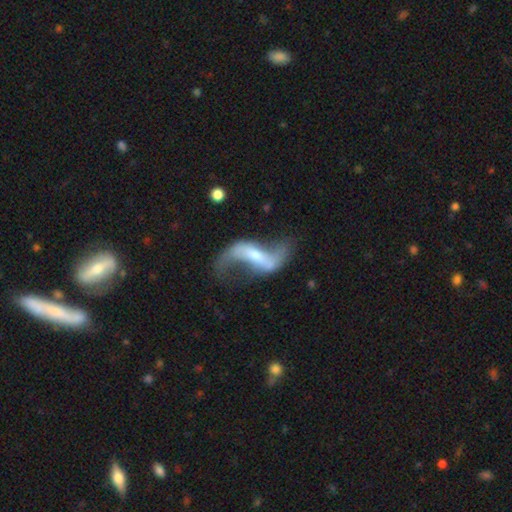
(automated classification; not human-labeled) Q: Smooth or featured?
A: featured or disk (86%); runner-up: smooth (9%)
Q: Edge-on disk?
A: no (93%); runner-up: yes (7%)
Q: Bar?
A: strong (48%); runner-up: weak (35%)
Q: Spiral arms?
A: yes (92%); runner-up: no (8%)
Q: Spiral winding?
A: loose (90%); runner-up: medium (7%)
Q: Spiral arm count?
A: 2 (92%); runner-up: 1 (3%)
Q: Bulge size?
A: small (40%); runner-up: moderate (37%)
Q: Merging?
A: none (58%); runner-up: major disturbance (21%)